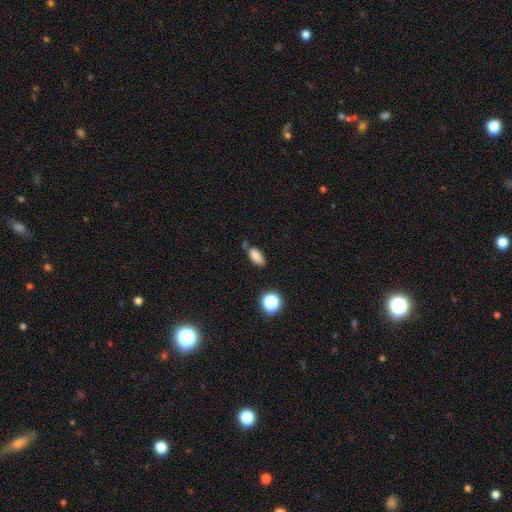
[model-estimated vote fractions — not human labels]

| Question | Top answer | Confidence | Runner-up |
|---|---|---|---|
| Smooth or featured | smooth | 82% | star or artifact (12%) |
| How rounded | in between | 84% | cigar-shaped (10%) |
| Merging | none | 65% | minor disturbance (20%) |